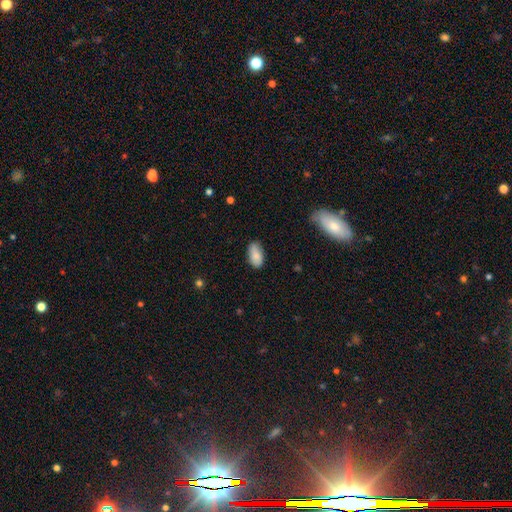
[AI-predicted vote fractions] This appears to be a smooth galaxy with no disk features (84%) that is in between round and cigar-shaped (93%). Merging: none (75%).